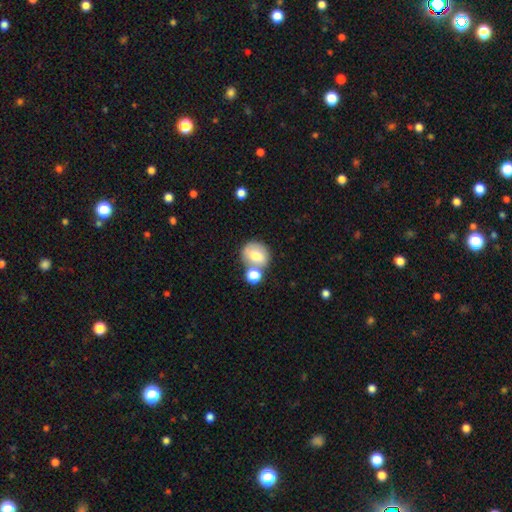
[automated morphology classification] Q: Smooth or featured?
A: smooth (73%); runner-up: featured or disk (18%)
Q: How rounded?
A: round (66%); runner-up: in between (33%)
Q: Merging?
A: none (49%); runner-up: merger (32%)